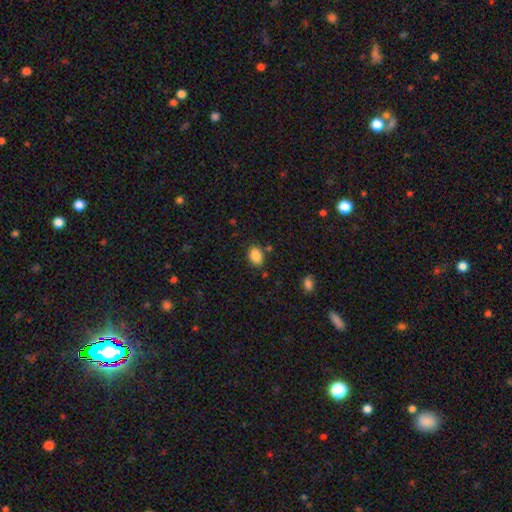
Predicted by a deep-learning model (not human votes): A smooth galaxy with no disk features (87%) that is in between round and cigar-shaped (75%).

Vote fractions:
- Smooth or featured? smooth: 87% / star or artifact: 9% / featured or disk: 4%
- How rounded? in between: 75% / round: 24% / cigar-shaped: 1%
- Merging? none: 80% / minor disturbance: 12% / merger: 4% / major disturbance: 3%